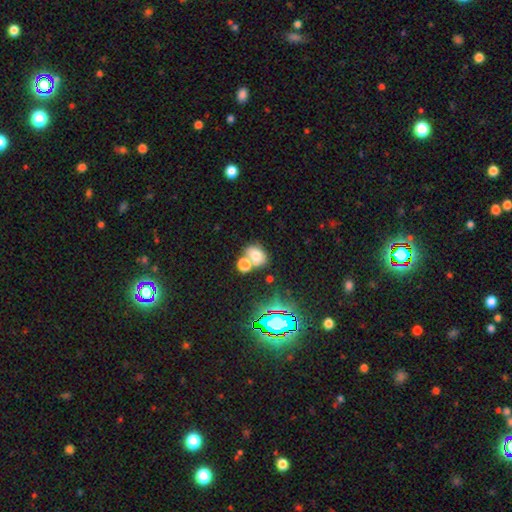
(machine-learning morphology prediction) This appears to be a smooth galaxy with no disk features (66%) that is in between round and cigar-shaped (58%). Merging: merger (43%).